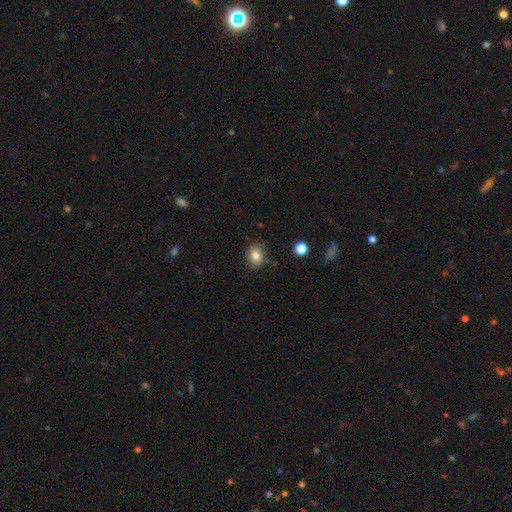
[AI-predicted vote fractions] smooth-or-featured: smooth: 82% | star or artifact: 10% | featured or disk: 7%
  how-rounded: round: 54% | in between: 45% | cigar-shaped: 1%
  merging: none: 83% | minor disturbance: 12% | major disturbance: 3% | merger: 3%